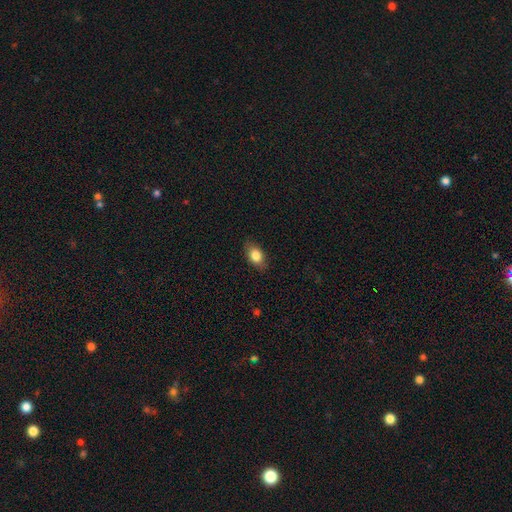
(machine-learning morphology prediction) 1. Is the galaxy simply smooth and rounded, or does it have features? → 82% smooth, 10% featured or disk, 8% star or artifact.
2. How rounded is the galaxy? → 84% in between, 13% round, 3% cigar-shaped.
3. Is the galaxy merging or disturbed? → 83% none, 13% minor disturbance, 3% major disturbance, 1% merger.